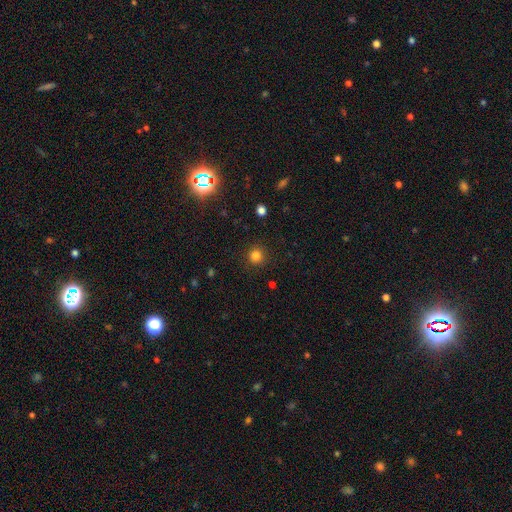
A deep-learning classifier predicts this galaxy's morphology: Smooth or featured: smooth — 81% (star or artifact — 15%)
How rounded: round — 94% (in between — 5%)
Merging: none — 91% (minor disturbance — 6%)